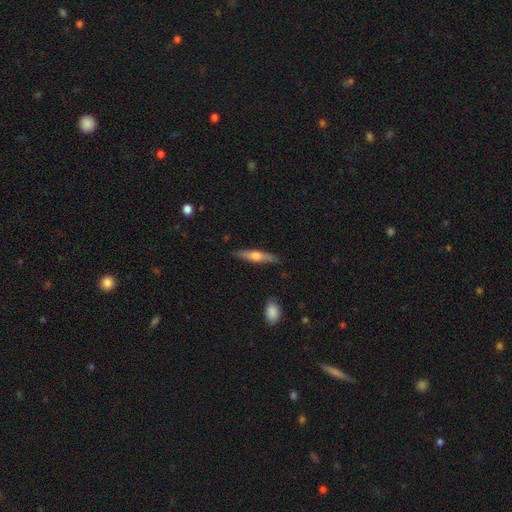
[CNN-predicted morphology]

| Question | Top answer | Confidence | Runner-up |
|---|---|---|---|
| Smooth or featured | featured or disk | 52% | smooth (43%) |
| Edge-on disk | yes | 94% | no (6%) |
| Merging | none | 86% | minor disturbance (11%) |